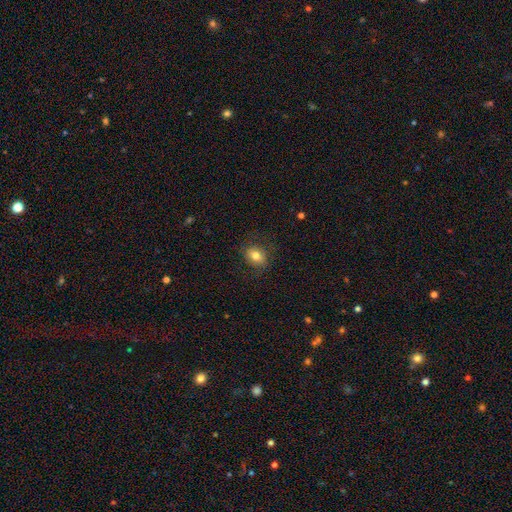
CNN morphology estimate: A smooth galaxy with no disk features (77%) that is in between round and cigar-shaped (61%). Merging: none (79%).